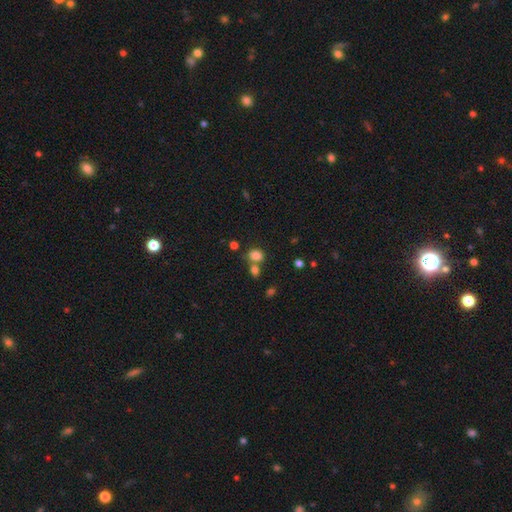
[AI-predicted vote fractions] Smooth or featured? smooth (81%)
How rounded? in between (59%)
Merging? none (52%)